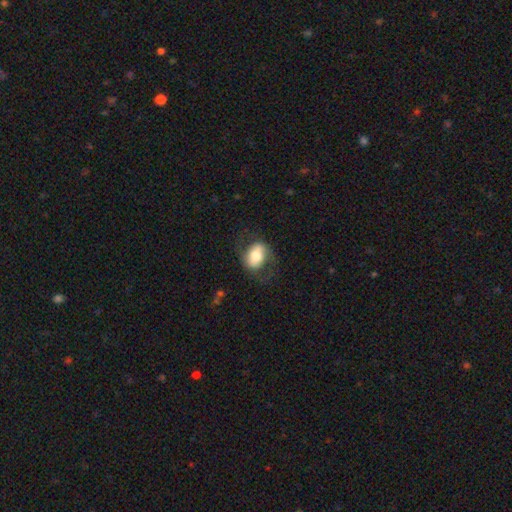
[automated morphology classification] smooth_or_featured: smooth (p=0.58) [alt: featured or disk p=0.35]
how_rounded: in between (p=0.75) [alt: round p=0.23]
merging: none (p=0.68) [alt: minor disturbance p=0.18]